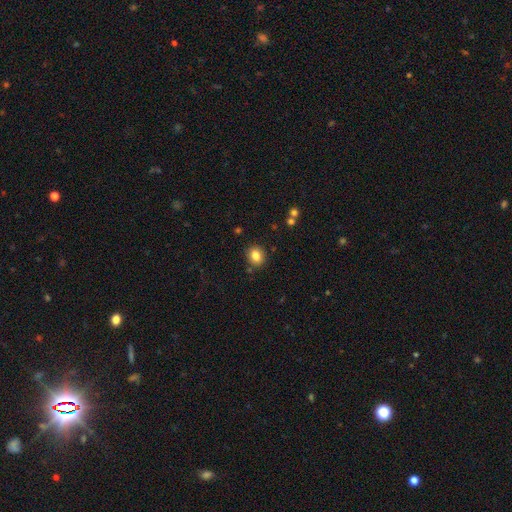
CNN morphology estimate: type=smooth (83%); roundness=round (64%); merging=none (86%).